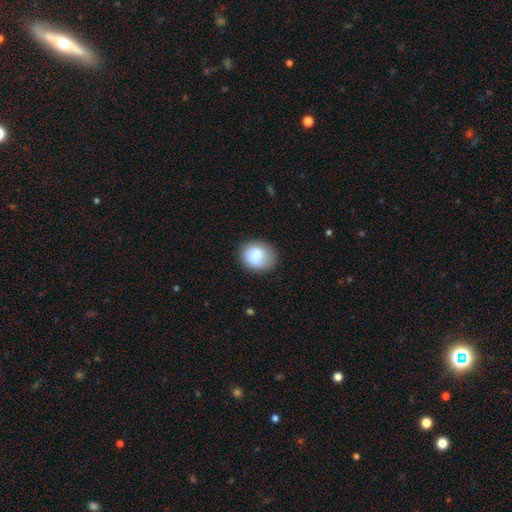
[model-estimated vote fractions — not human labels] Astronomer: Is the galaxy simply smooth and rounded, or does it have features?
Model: smooth — 79%.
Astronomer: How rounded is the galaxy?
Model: round — 60% (runner-up: in between, 39%).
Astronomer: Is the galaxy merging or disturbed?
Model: none — 77%.